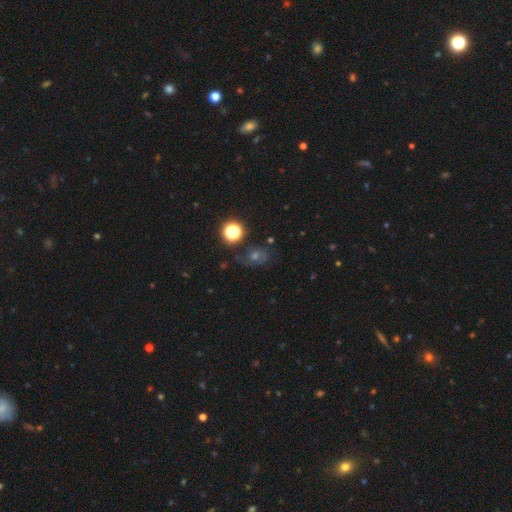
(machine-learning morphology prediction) Smooth or featured? Predicted: star or artifact (p=0.42).